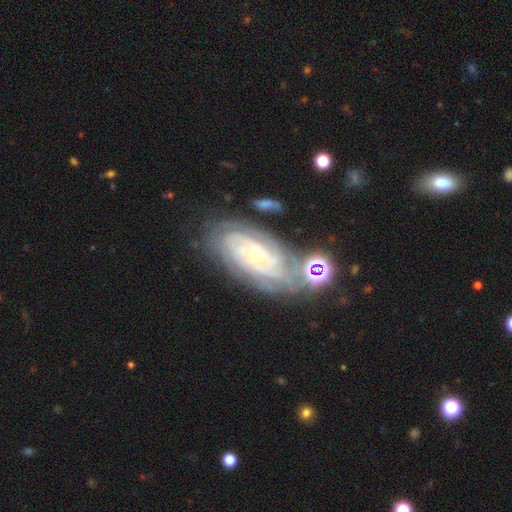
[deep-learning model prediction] smooth_or_featured: featured or disk (p=0.85) [alt: smooth p=0.08]
disk_edge_on: no (p=0.94) [alt: yes p=0.06]
bar: no (p=0.75) [alt: weak p=0.19]
has_spiral_arms: yes (p=0.95) [alt: no p=0.05]
spiral_winding: tight (p=0.77) [alt: medium p=0.19]
spiral_arm_count: can't tell (p=0.37) [alt: 3 p=0.18]
bulge_size: small (p=0.62) [alt: moderate p=0.35]
merging: none (p=0.66) [alt: minor disturbance p=0.19]